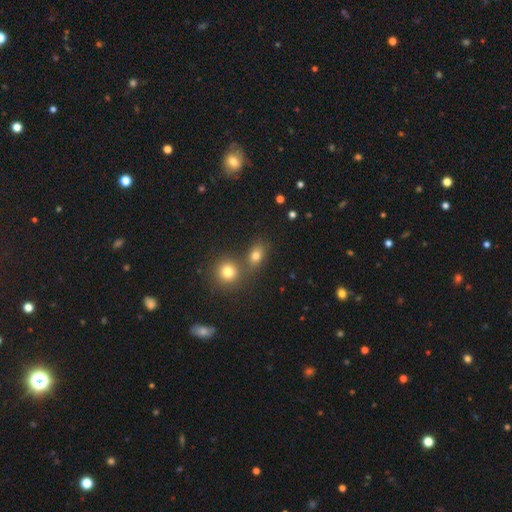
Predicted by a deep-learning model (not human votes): This is likely a smooth galaxy (76%). How rounded: likely in between (63%). Merging: possibly none (57%).